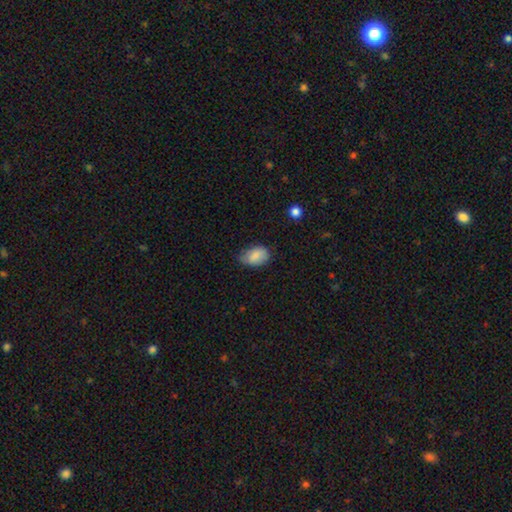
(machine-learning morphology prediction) A smooth galaxy with no disk features (84%) that is in between round and cigar-shaped (89%). Merging: none (62%).